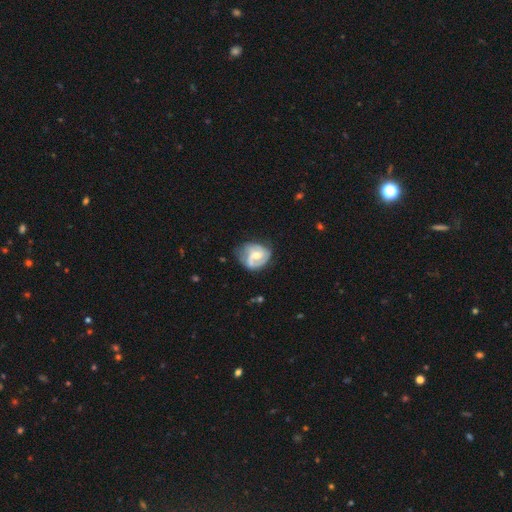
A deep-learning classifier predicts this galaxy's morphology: Smooth or featured?
  - featured or disk: 71% *
  - smooth: 23%
  - star or artifact: 6%
Edge-on disk?
  - no: 98% *
  - yes: 2%
Bar?
  - no: 50% *
  - weak: 41%
  - strong: 9%
Spiral arms?
  - yes: 89% *
  - no: 11%
Spiral winding?
  - medium: 42% *
  - tight: 39%
  - loose: 18%
Spiral arm count?
  - 2: 58% *
  - can't tell: 16%
  - 1: 11%
  - 3: 11%
  - 4: 2%
  - more than 4: 2%
Bulge size?
  - moderate: 54% *
  - small: 36%
  - large: 5%
  - none: 5%
  - dominant: 1%
Merging?
  - none: 51% *
  - minor disturbance: 30%
  - major disturbance: 16%
  - merger: 3%